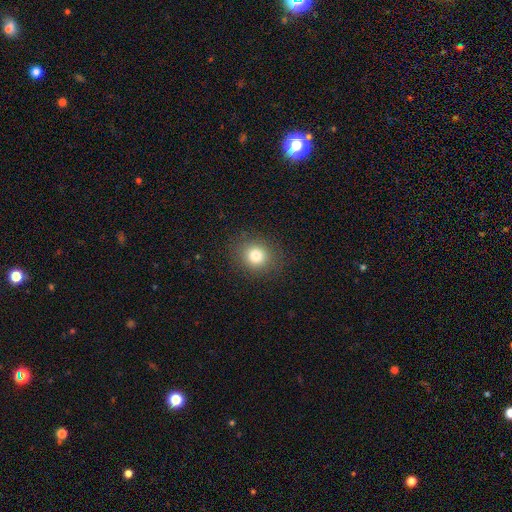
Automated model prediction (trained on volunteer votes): This is likely a smooth galaxy (79%). How rounded: clearly round (82%). Merging: clearly none (88%).